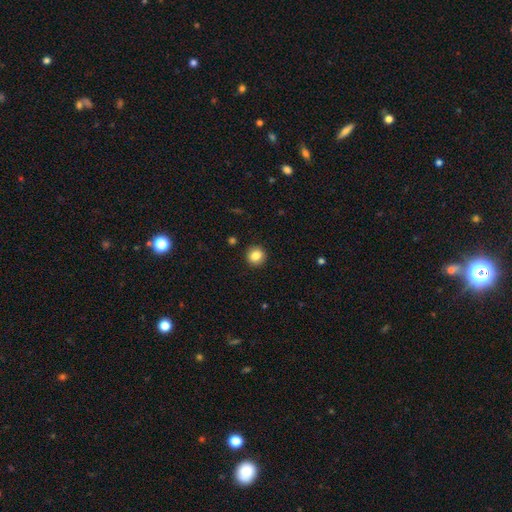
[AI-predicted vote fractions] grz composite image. It shows a smooth galaxy with no disk features (85%) that is round (89%). Merging: none (92%).